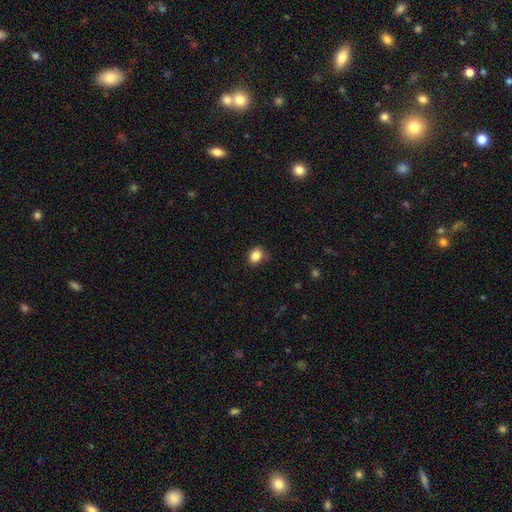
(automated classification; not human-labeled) smooth_or_featured: smooth (p=0.85) [alt: star or artifact p=0.10]
how_rounded: in between (p=0.51) [alt: round p=0.48]
merging: none (p=0.73) [alt: minor disturbance p=0.21]